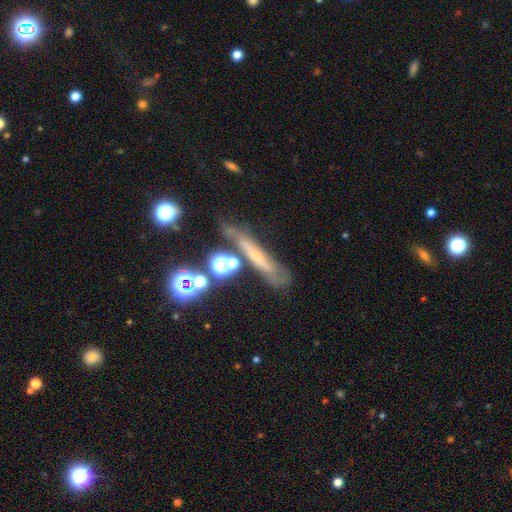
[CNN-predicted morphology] Overall: featured or disk (43%; smooth 36%). Merging: none (56%; minor disturbance 22%).